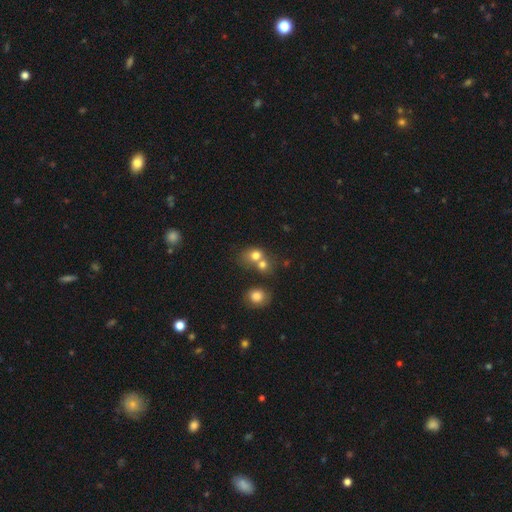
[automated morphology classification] smooth_or_featured: smooth (p=0.73) [alt: featured or disk p=0.13]
how_rounded: round (p=0.67) [alt: in between p=0.32]
merging: merger (p=0.55) [alt: none p=0.33]